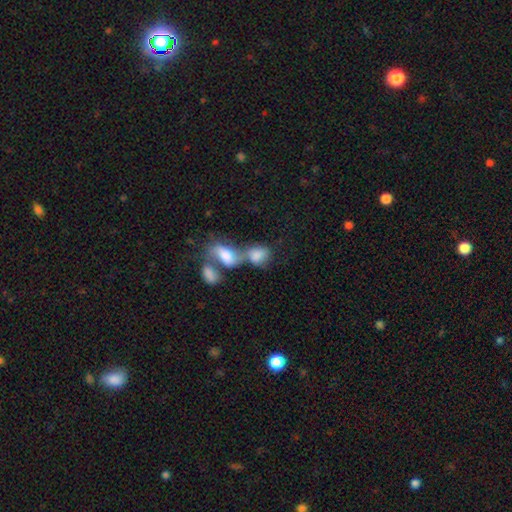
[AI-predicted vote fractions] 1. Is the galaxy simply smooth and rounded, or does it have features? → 75% smooth, 16% featured or disk, 9% star or artifact.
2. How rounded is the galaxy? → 80% in between, 17% round, 3% cigar-shaped.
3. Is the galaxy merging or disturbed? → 68% merger, 16% none, 8% minor disturbance, 8% major disturbance.